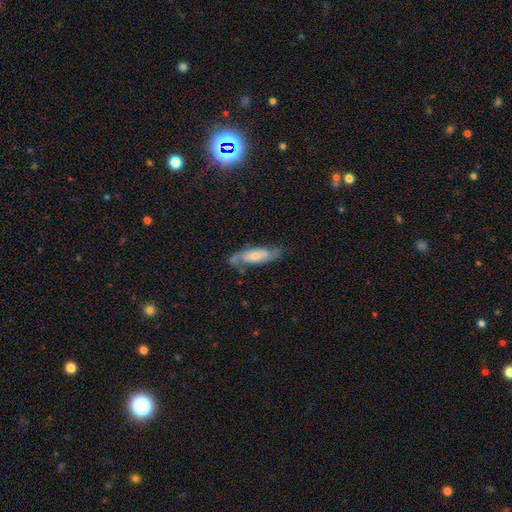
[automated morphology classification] Smooth or featured? featured or disk (56%)
Edge-on disk? no (81%)
Merging? none (67%)